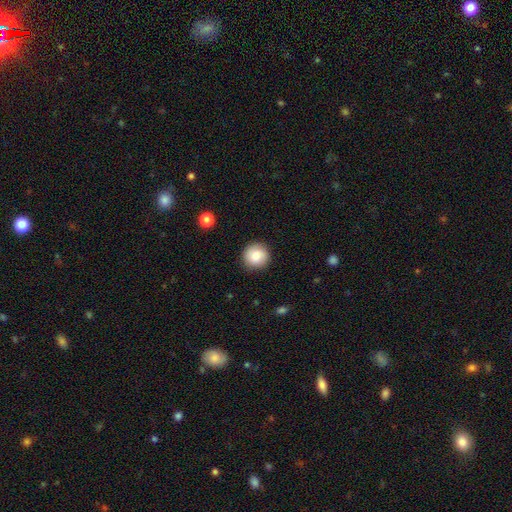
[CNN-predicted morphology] smooth-or-featured: smooth: 85% | star or artifact: 8% | featured or disk: 7%
  how-rounded: round: 93% | in between: 6% | cigar-shaped: 1%
  merging: none: 89% | minor disturbance: 8% | major disturbance: 2% | merger: 1%